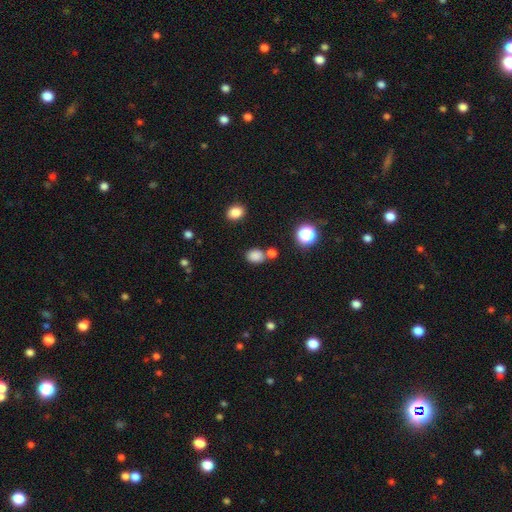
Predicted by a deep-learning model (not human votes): smooth 81%, star or artifact 14%, featured or disk 5%. Down the decision tree: how rounded — in between (56%); merging — none (65%).